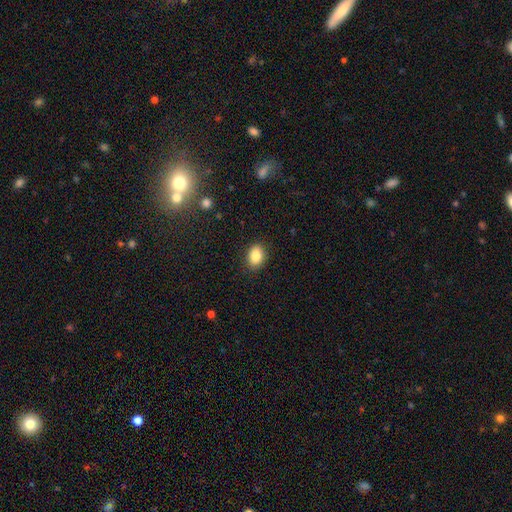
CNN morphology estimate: Smooth or featured? smooth (87%)
How rounded? in between (78%)
Merging? none (88%)